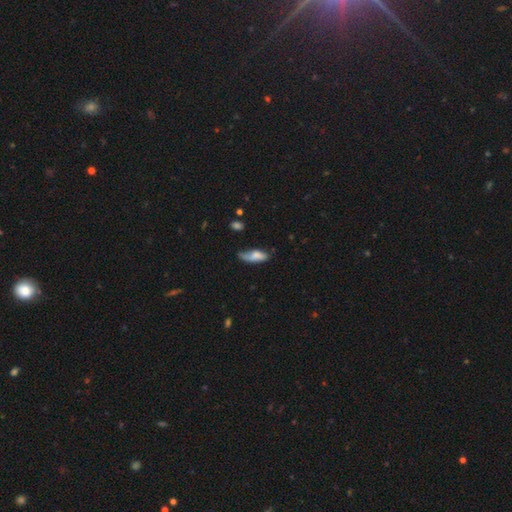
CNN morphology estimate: Smooth or featured? Predicted: smooth (p=0.71). How rounded? Predicted: in between (p=0.69). Merging? Predicted: none (p=0.44).